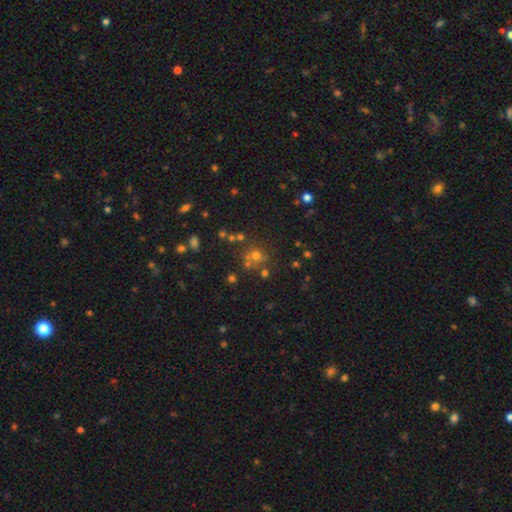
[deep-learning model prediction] smooth-or-featured: smooth: 55% | star or artifact: 32% | featured or disk: 13%
  how-rounded: round: 86% | in between: 13% | cigar-shaped: 1%
  merging: none: 63% | merger: 21% | minor disturbance: 11% | major disturbance: 5%